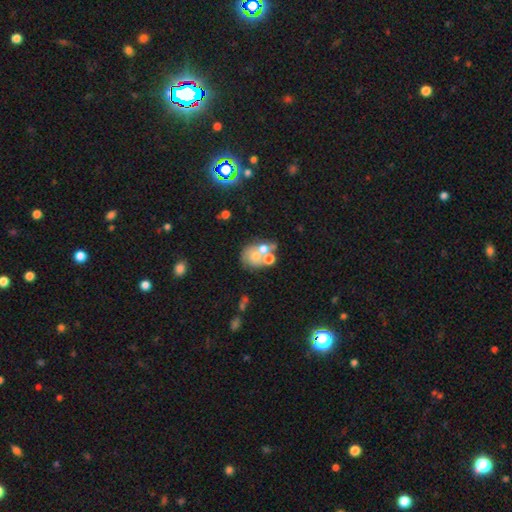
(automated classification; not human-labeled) A smooth galaxy with no disk features (47%). Merging: merger (48%).